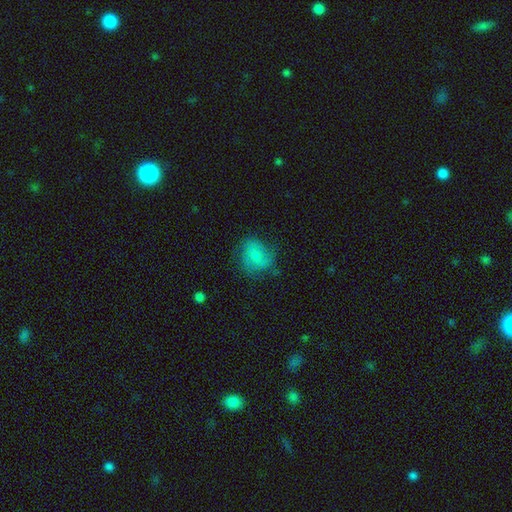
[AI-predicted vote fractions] smooth 60%, featured or disk 31%, star or artifact 9%. Down the decision tree: how rounded — round (53%); merging — none (55%).